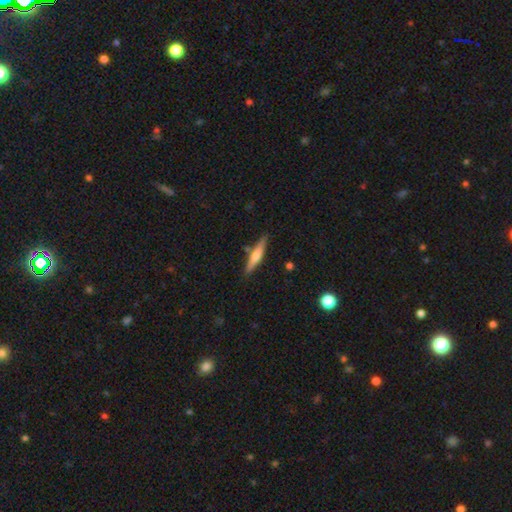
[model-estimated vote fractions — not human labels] This is possibly a featured or disk galaxy (48%). Merging: clearly none (84%).